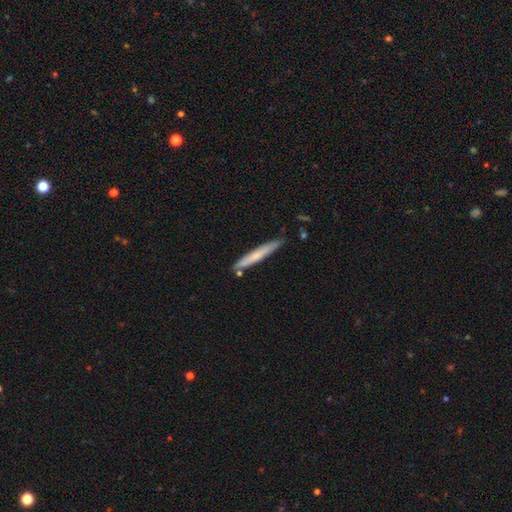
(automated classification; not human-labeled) The model was most divided on "smooth or featured": smooth: 58%, featured or disk: 36%, star or artifact: 6%. More confident: how rounded — cigar-shaped (96%); merging — none (81%).